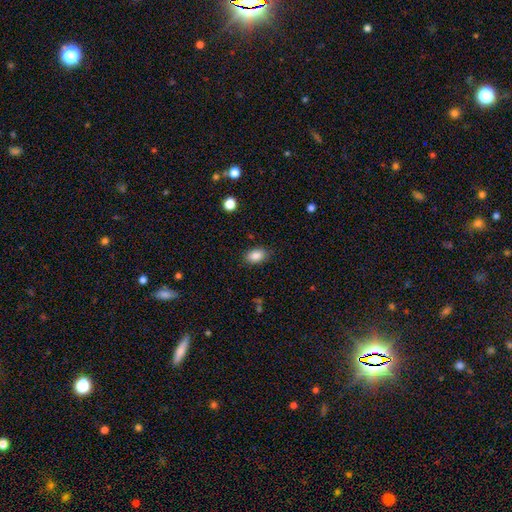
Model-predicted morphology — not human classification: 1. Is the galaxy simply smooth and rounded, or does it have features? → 87% smooth, 8% star or artifact, 5% featured or disk.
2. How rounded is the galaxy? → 87% in between, 11% round, 1% cigar-shaped.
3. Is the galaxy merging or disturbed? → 84% none, 12% minor disturbance, 3% major disturbance, 1% merger.